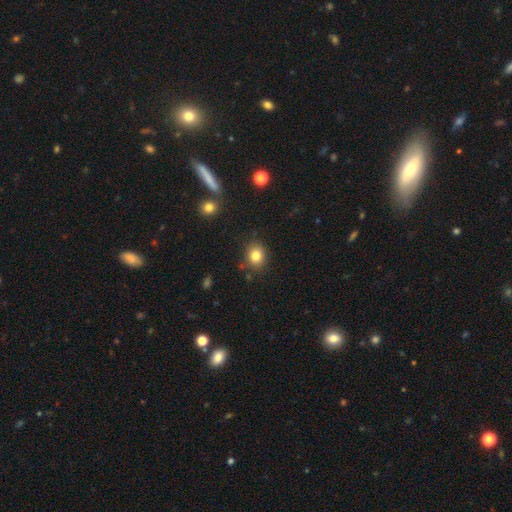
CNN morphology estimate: smooth-or-featured: smooth: 82% | star or artifact: 11% | featured or disk: 7%
  how-rounded: round: 65% | in between: 34% | cigar-shaped: 1%
  merging: none: 83% | minor disturbance: 11% | major disturbance: 3% | merger: 3%